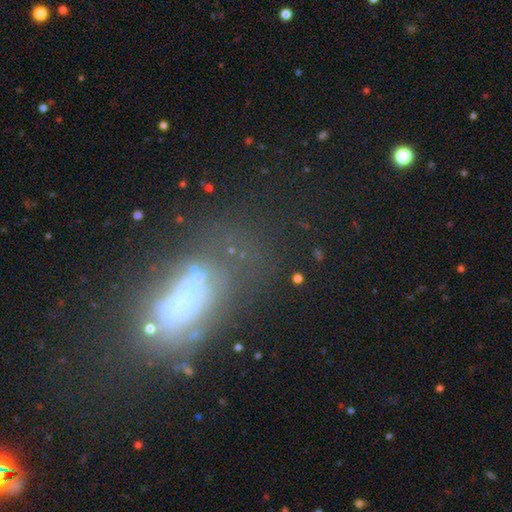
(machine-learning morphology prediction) smooth_or_featured: smooth (p=0.40) [alt: featured or disk p=0.39]
merging: none (p=0.36) [alt: major disturbance p=0.32]